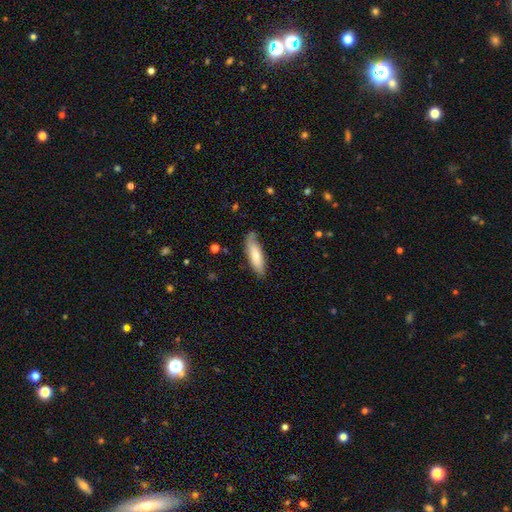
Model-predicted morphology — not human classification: This appears to be a smooth galaxy with no disk features (74%) that is cigar-shaped (57%). Merging: none (78%).